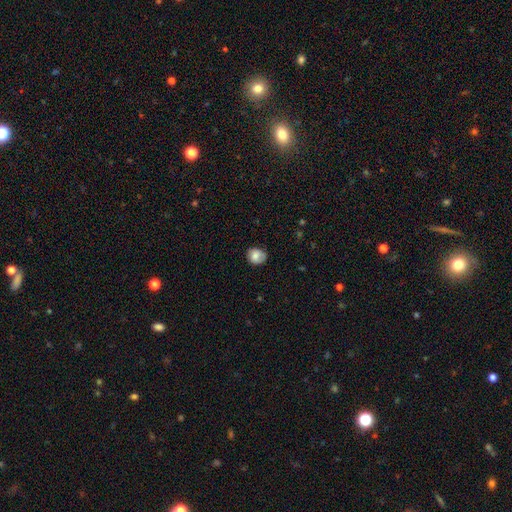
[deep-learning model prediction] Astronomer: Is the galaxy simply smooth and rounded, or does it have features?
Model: smooth — 77%.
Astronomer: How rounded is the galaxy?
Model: round — 68%.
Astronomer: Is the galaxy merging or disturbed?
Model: none — 74%.